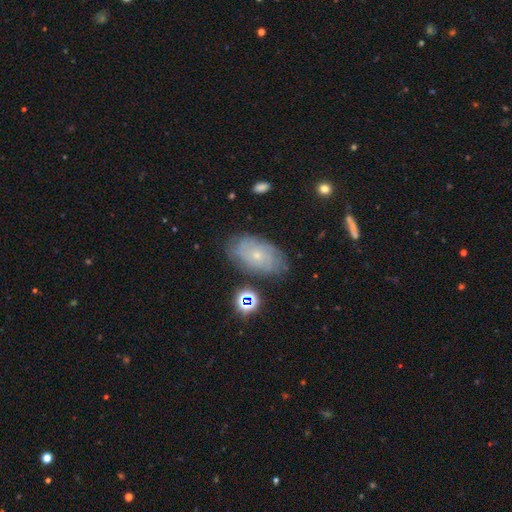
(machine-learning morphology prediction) featured or disk 64%, smooth 25%, star or artifact 11%. Down the decision tree: edge-on disk — no (94%); bar — no (84%); spiral arms — yes (82%); bulge size — small (78%); merging — none (77%).